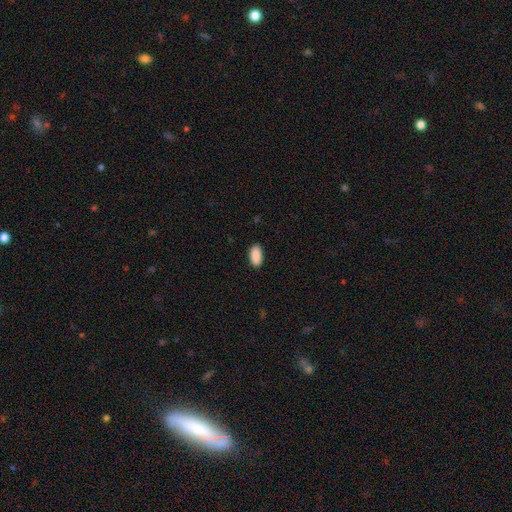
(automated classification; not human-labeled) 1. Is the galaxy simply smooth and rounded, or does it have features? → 91% smooth, 7% star or artifact, 3% featured or disk.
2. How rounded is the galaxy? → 94% in between, 3% cigar-shaped, 3% round.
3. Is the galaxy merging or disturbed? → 89% none, 9% minor disturbance, 2% major disturbance, 1% merger.